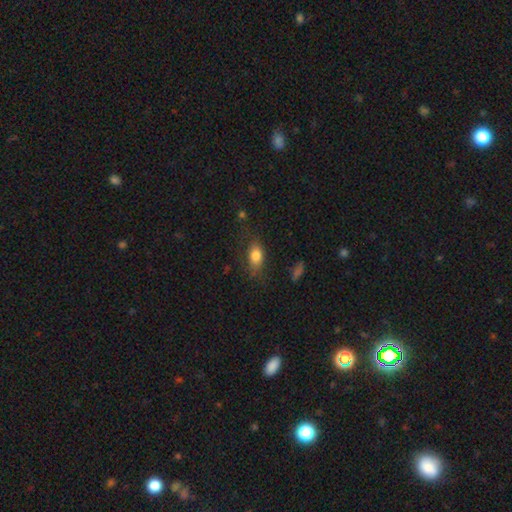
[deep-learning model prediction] Q: Smooth or featured?
A: smooth (80%); runner-up: featured or disk (12%)
Q: How rounded?
A: in between (83%); runner-up: round (11%)
Q: Merging?
A: none (68%); runner-up: minor disturbance (21%)